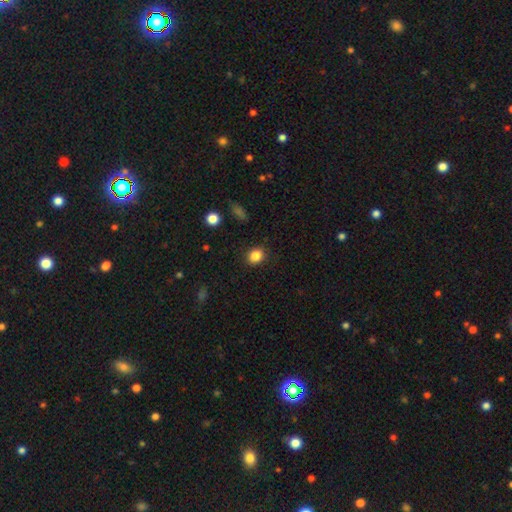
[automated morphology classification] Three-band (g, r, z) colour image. It shows a smooth galaxy with no disk features (85%) that is round (64%). Merging: none (88%).